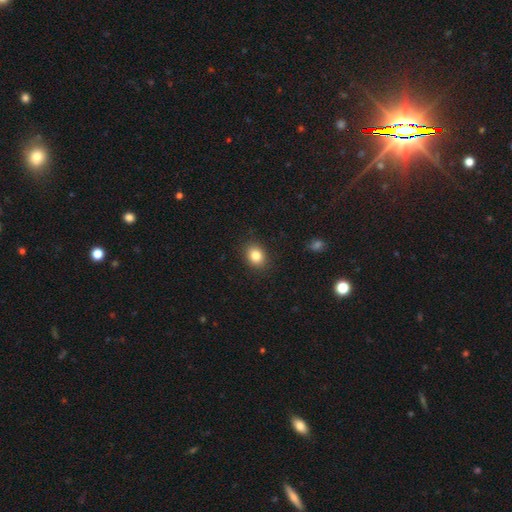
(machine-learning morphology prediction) Smooth or featured? smooth (84%)
How rounded? round (50%)
Merging? none (88%)